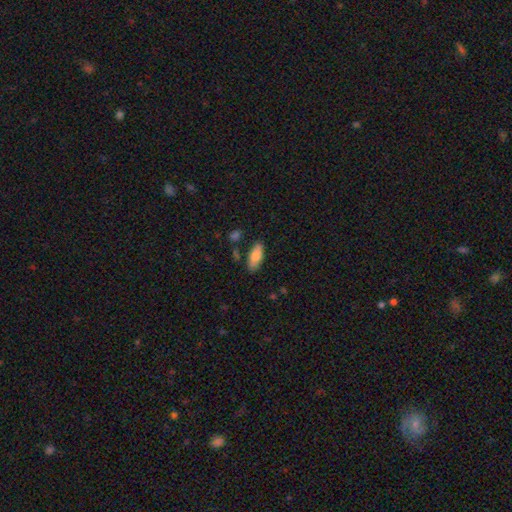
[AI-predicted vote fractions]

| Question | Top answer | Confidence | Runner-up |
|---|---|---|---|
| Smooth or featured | smooth | 81% | featured or disk (12%) |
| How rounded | in between | 83% | cigar-shaped (15%) |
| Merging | none | 80% | minor disturbance (13%) |